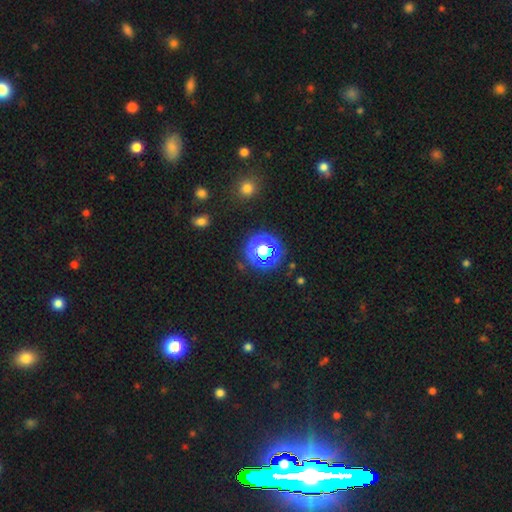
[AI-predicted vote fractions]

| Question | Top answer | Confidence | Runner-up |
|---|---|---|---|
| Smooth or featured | star or artifact | 72% | smooth (21%) |